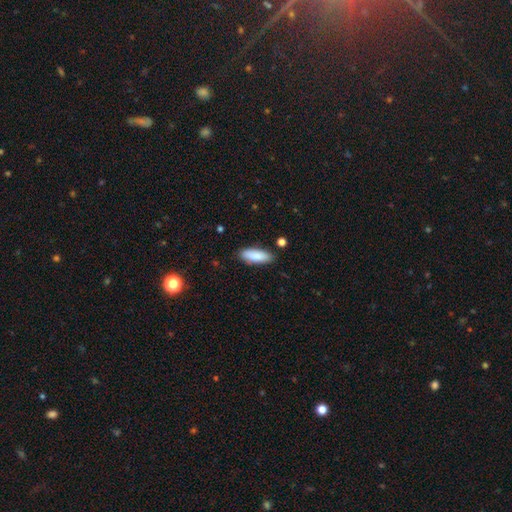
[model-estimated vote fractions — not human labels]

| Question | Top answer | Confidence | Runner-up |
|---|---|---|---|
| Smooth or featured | smooth | 88% | featured or disk (6%) |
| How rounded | in between | 64% | cigar-shaped (35%) |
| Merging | none | 85% | minor disturbance (11%) |